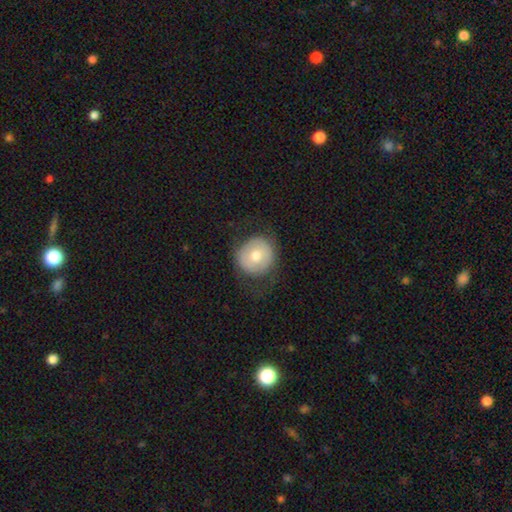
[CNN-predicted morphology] smooth_or_featured: smooth (p=0.62) [alt: featured or disk p=0.30]
how_rounded: round (p=0.91) [alt: in between p=0.08]
merging: none (p=0.73) [alt: minor disturbance p=0.15]